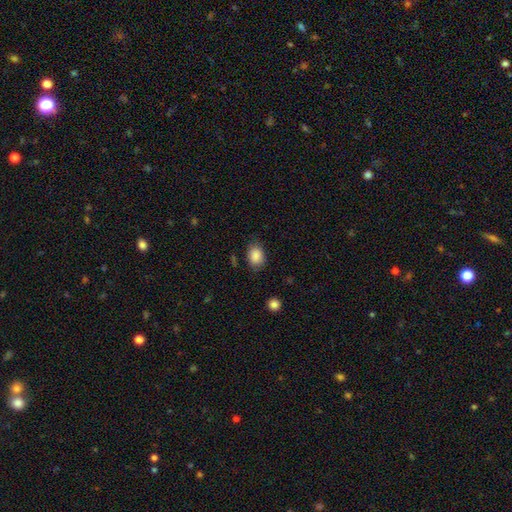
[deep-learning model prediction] A smooth galaxy with no disk features (87%) that is in between round and cigar-shaped (72%).

Vote fractions:
- Smooth or featured? smooth: 87% / star or artifact: 8% / featured or disk: 5%
- How rounded? in between: 72% / round: 27% / cigar-shaped: 1%
- Merging? none: 75% / minor disturbance: 18% / major disturbance: 5% / merger: 2%